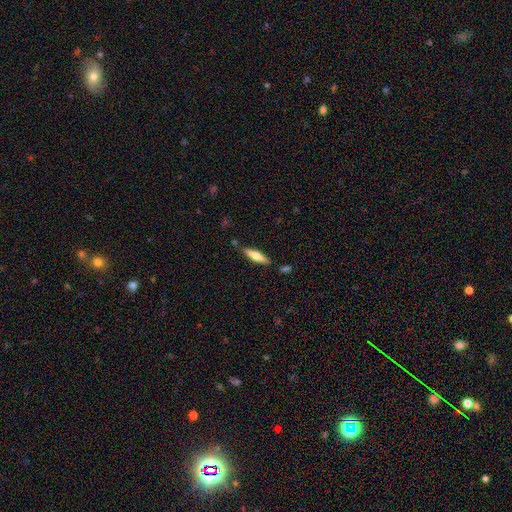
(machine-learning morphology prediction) Smooth or featured: smooth — 63% (featured or disk — 32%)
How rounded: cigar-shaped — 70% (in between — 28%)
Merging: none — 83% (minor disturbance — 12%)